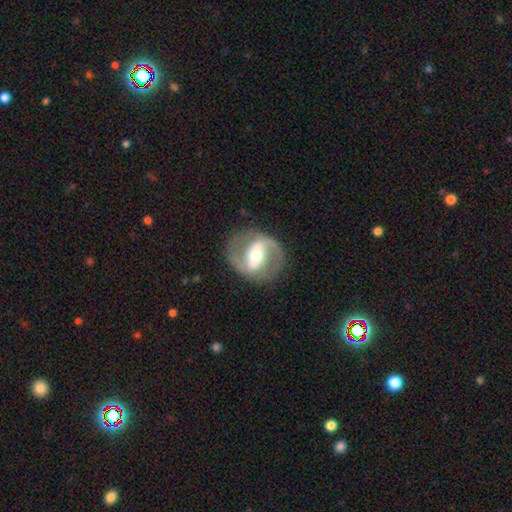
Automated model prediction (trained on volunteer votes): The model was most divided on "bar": strong: 53%, weak: 32%, no: 15%. More confident: edge-on disk — no (96%); spiral arm count — 2 (90%); spiral arms — yes (84%); merging — none (83%); smooth or featured — featured or disk (83%); bulge size — moderate (63%); spiral winding — medium (51%).